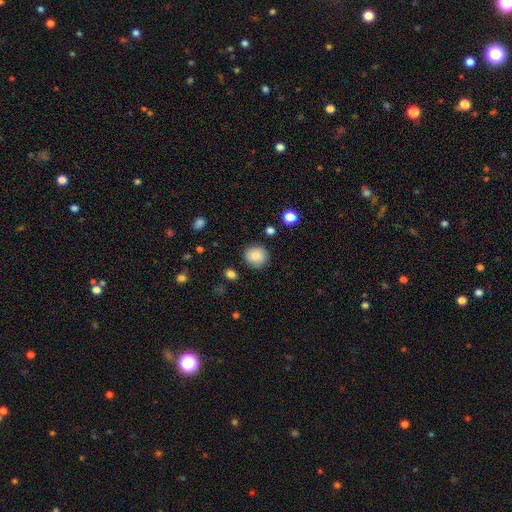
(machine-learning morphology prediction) A smooth galaxy with no disk features (86%) that is round (91%).

Vote fractions:
- Smooth or featured? smooth: 86% / star or artifact: 8% / featured or disk: 6%
- How rounded? round: 91% / in between: 8% / cigar-shaped: 1%
- Merging? none: 87% / minor disturbance: 9% / major disturbance: 2% / merger: 2%